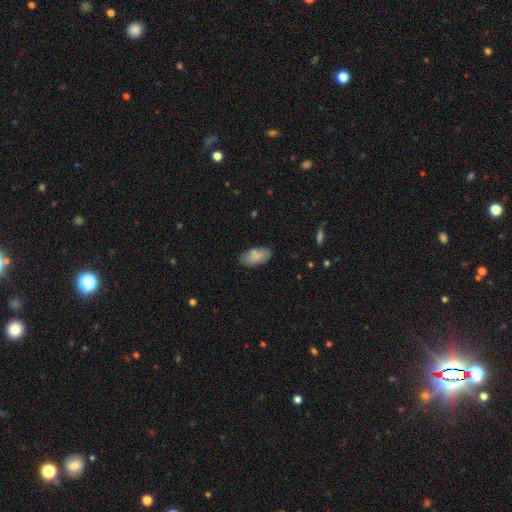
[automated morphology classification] A smooth galaxy with no disk features (83%) that is in between round and cigar-shaped (93%).

Vote fractions:
- Smooth or featured? smooth: 83% / featured or disk: 10% / star or artifact: 7%
- How rounded? in between: 93% / cigar-shaped: 5% / round: 2%
- Merging? none: 77% / minor disturbance: 17% / major disturbance: 4% / merger: 3%